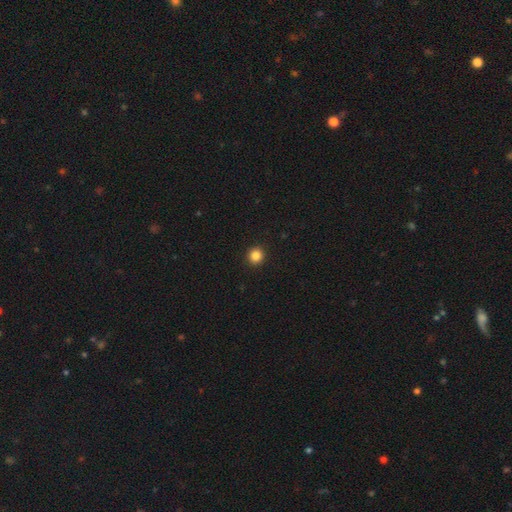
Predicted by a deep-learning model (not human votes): Overall: smooth (85%). How rounded: round (93%). Merging: none (93%).